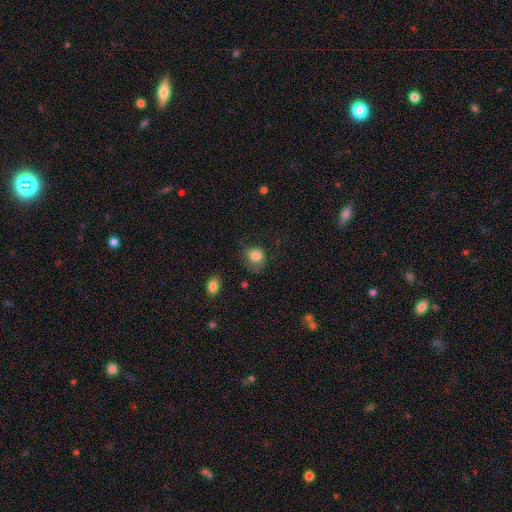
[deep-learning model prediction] Morphology: type=smooth (82%); roundness=round (73%); merging=none (52%).